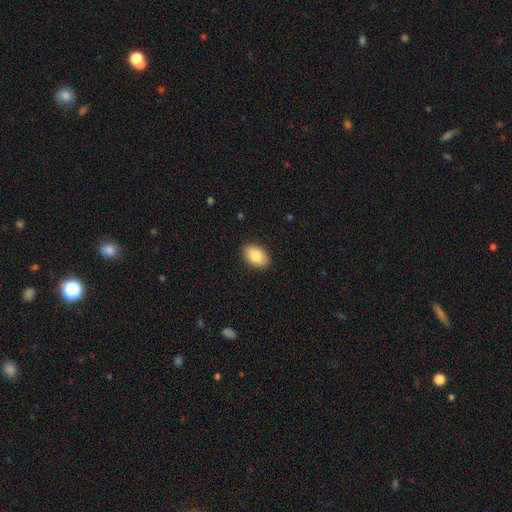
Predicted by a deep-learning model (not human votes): Smooth or featured? Predicted: smooth (p=0.87). How rounded? Predicted: in between (p=0.89). Merging? Predicted: none (p=0.88).